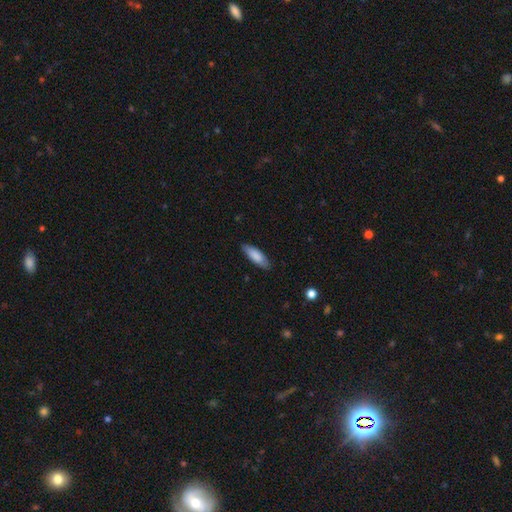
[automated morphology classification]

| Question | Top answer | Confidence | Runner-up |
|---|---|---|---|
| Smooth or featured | smooth | 84% | featured or disk (10%) |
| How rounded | in between | 60% | cigar-shaped (38%) |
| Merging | none | 84% | minor disturbance (13%) |